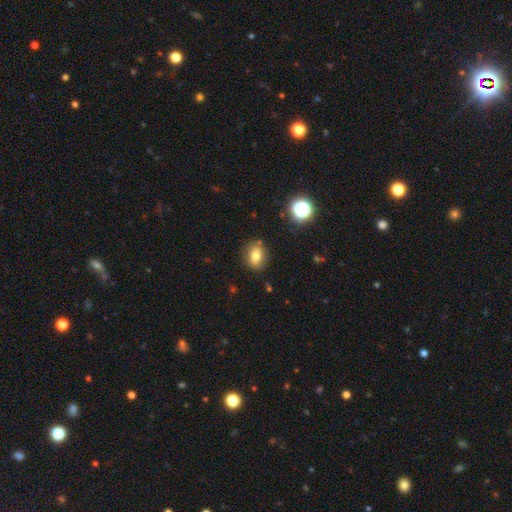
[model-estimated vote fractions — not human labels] The model was most divided on "how rounded": in between: 63%, round: 35%, cigar-shaped: 2%. More confident: merging — none (81%); smooth or featured — smooth (77%).